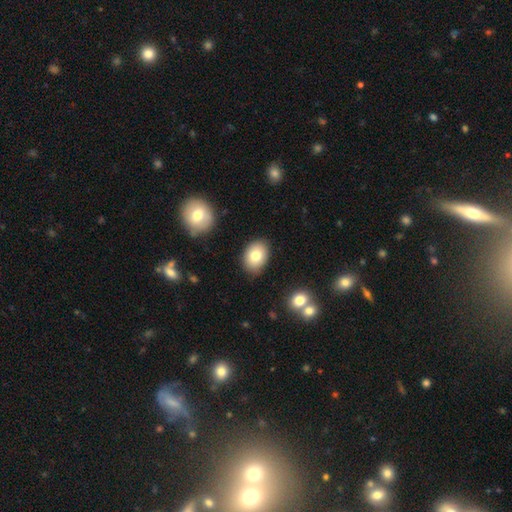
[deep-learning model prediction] Smooth or featured? smooth (79%)
How rounded? in between (73%)
Merging? none (84%)